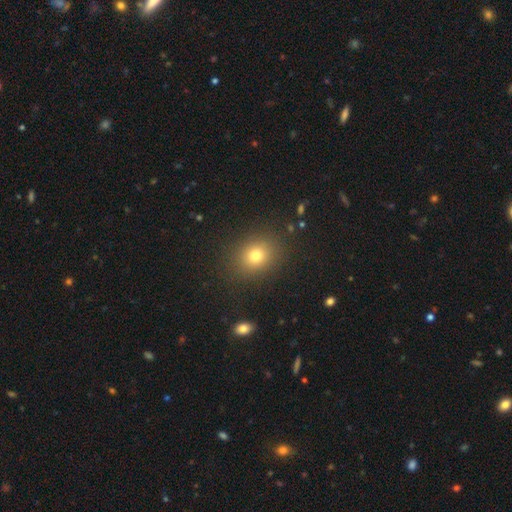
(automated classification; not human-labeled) smooth 76%, star or artifact 15%, featured or disk 9%. Down the decision tree: how rounded — round (61%); merging — none (88%).